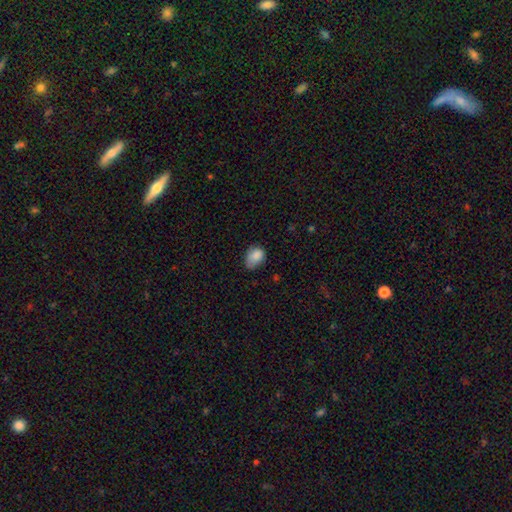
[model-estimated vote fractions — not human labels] smooth 84%, star or artifact 9%, featured or disk 7%. Down the decision tree: how rounded — in between (70%); merging — none (43%).